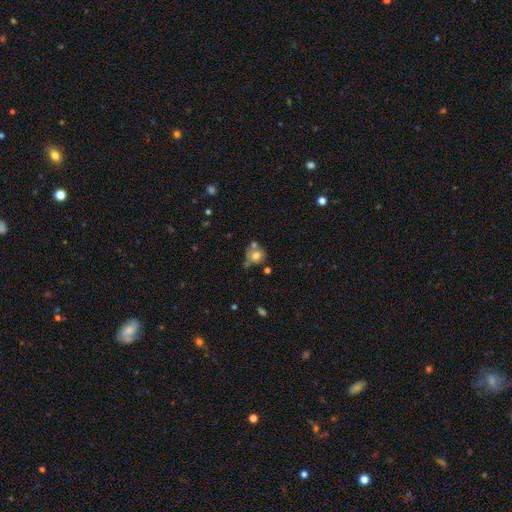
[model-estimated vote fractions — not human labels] A smooth galaxy with no disk features (67%) that is round (76%).

Vote fractions:
- Smooth or featured? smooth: 67% / featured or disk: 22% / star or artifact: 11%
- How rounded? round: 76% / in between: 23% / cigar-shaped: 1%
- Merging? none: 44% / merger: 26% / minor disturbance: 20% / major disturbance: 10%